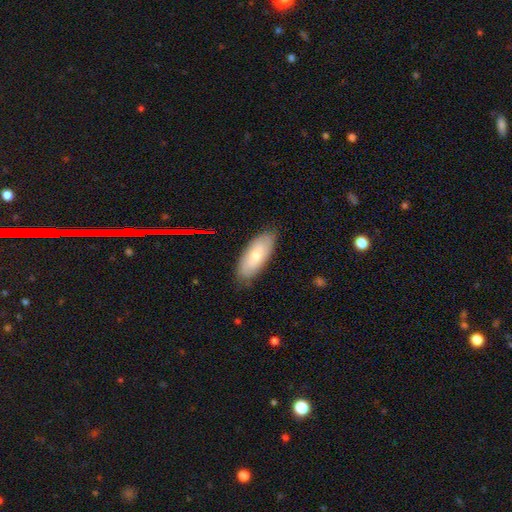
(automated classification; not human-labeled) Smooth or featured? smooth (63%)
How rounded? in between (84%)
Merging? none (81%)